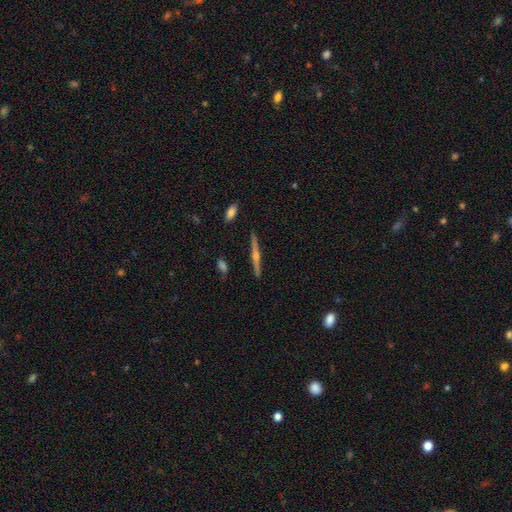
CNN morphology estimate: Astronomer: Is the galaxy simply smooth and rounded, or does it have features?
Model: featured or disk — 75%.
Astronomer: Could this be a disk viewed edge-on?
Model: yes — 97%.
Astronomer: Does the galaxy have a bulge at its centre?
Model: rounded — 86%.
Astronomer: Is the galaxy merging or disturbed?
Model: none — 89%.